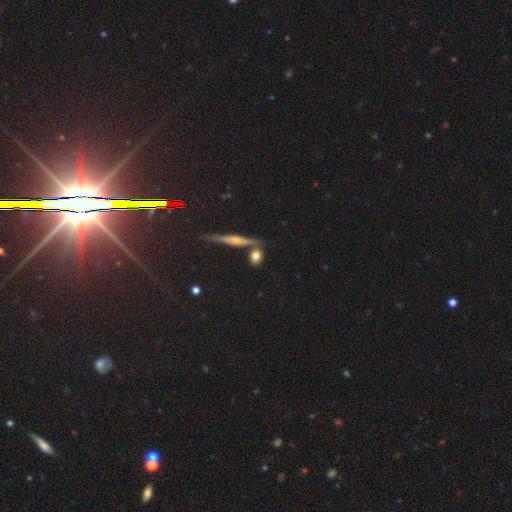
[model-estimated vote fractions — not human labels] A smooth galaxy with no disk features (73%) that is round (51%). Merging: none (70%).